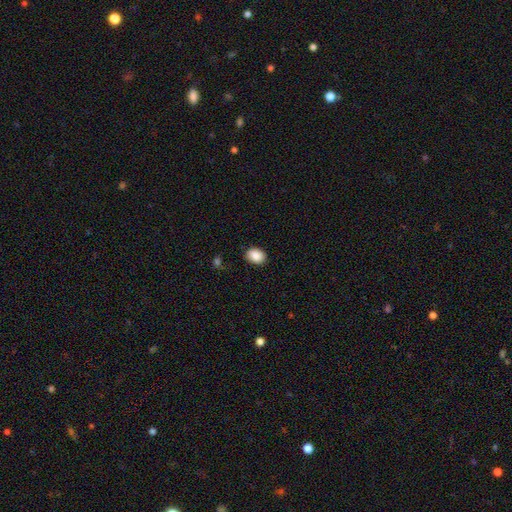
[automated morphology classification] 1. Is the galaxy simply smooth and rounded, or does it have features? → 88% smooth, 8% star or artifact, 4% featured or disk.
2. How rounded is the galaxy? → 67% in between, 32% round, 1% cigar-shaped.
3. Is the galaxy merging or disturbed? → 87% none, 9% minor disturbance, 2% major disturbance, 1% merger.